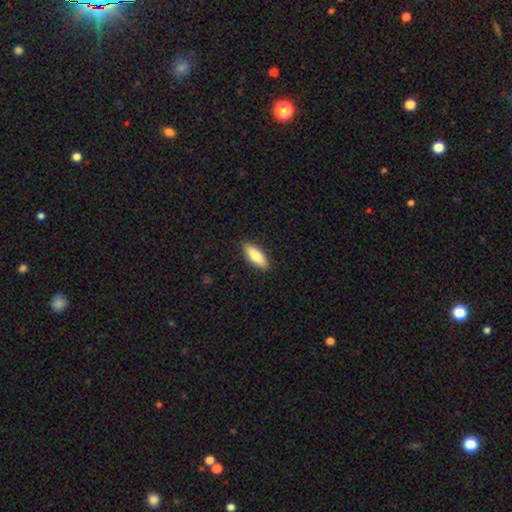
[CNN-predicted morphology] smooth_or_featured: smooth (p=0.78) [alt: featured or disk p=0.16]
how_rounded: in between (p=0.63) [alt: cigar-shaped p=0.35]
merging: none (p=0.89) [alt: minor disturbance p=0.08]